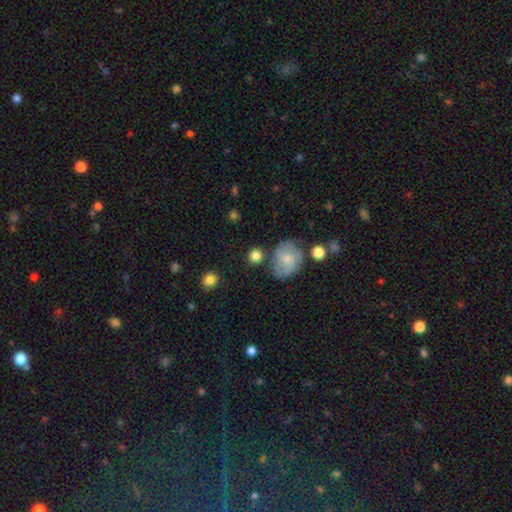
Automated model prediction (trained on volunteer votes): Overall: smooth (81%). How rounded: round (83%). Merging: none (73%).